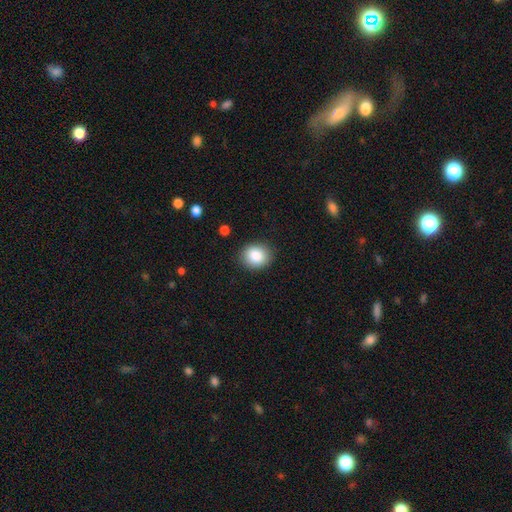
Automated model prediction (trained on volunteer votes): smooth 87%, star or artifact 8%, featured or disk 5%. Down the decision tree: how rounded — round (65%); merging — none (87%).